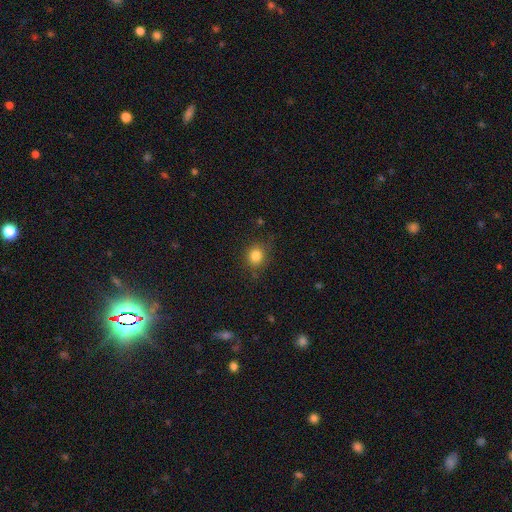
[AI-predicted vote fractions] A smooth galaxy with no disk features (82%) that is round (80%). Merging: none (83%).